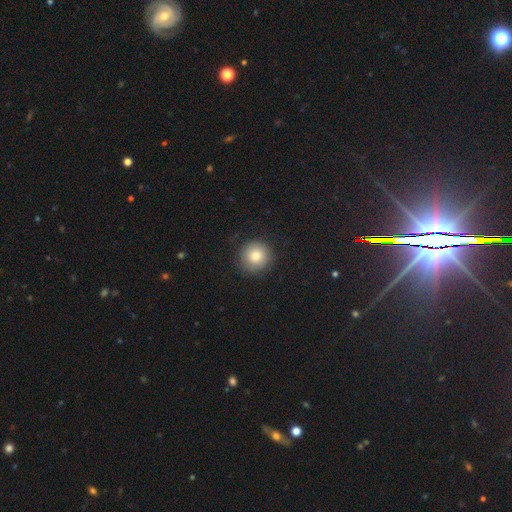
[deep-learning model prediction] Smooth or featured: smooth — 82% (featured or disk — 10%)
How rounded: round — 94% (in between — 5%)
Merging: none — 86% (minor disturbance — 10%)